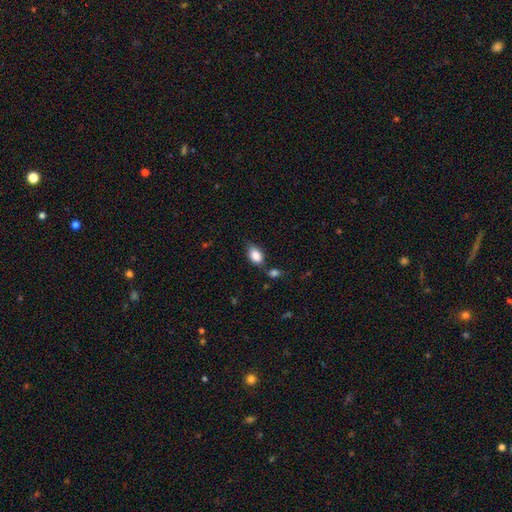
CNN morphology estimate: Smooth or featured: smooth — 85% (star or artifact — 8%)
How rounded: in between — 89% (round — 9%)
Merging: none — 66% (minor disturbance — 18%)